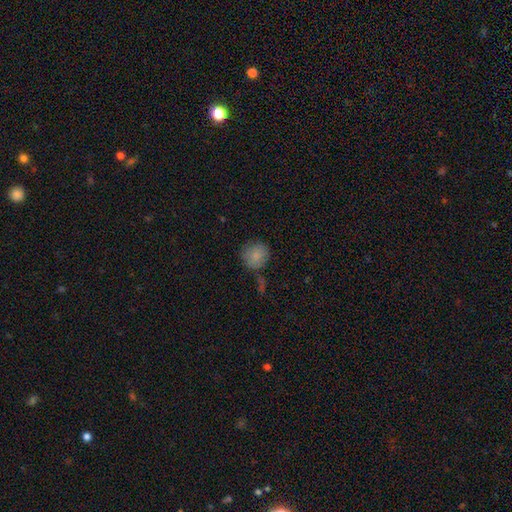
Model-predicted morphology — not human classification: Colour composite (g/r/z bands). It shows a smooth galaxy with no disk features (84%) that is round (87%). Merging: none (70%).